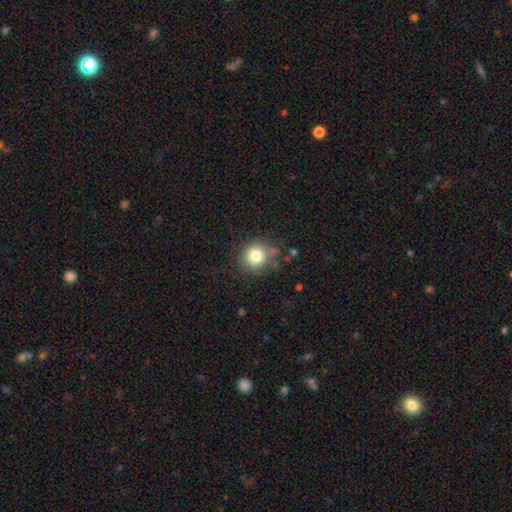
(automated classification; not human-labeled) smooth 81%, star or artifact 11%, featured or disk 8%. Down the decision tree: how rounded — round (87%); merging — none (77%).